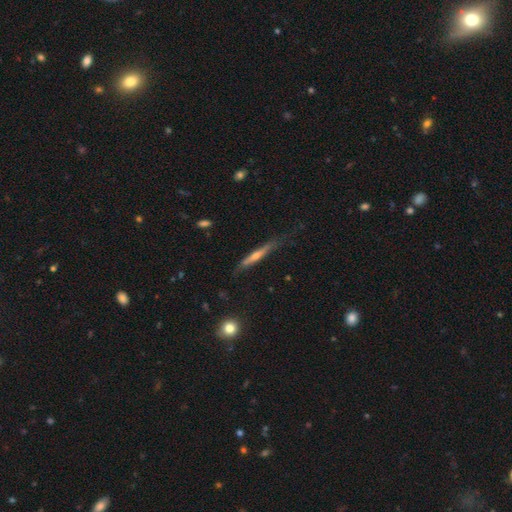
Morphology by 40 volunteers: Overall: featured or disk (75%). Edge-on disk: yes (93%). Edge-on bulge: rounded (86%). Merging: none (50%; minor disturbance 47%).